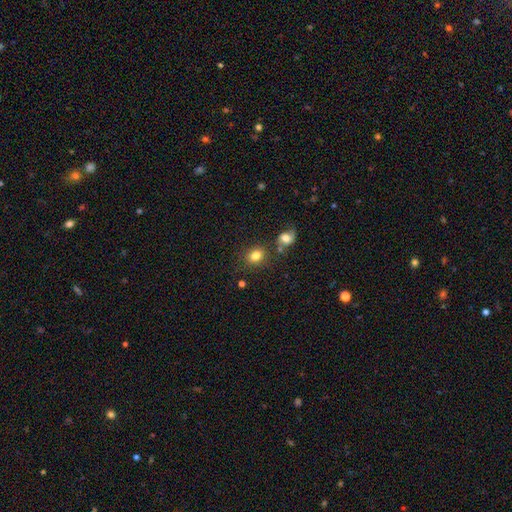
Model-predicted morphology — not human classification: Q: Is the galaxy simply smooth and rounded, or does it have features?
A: smooth — 81%.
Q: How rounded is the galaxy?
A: round — 65%.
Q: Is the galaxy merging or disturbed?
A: none — 76%.